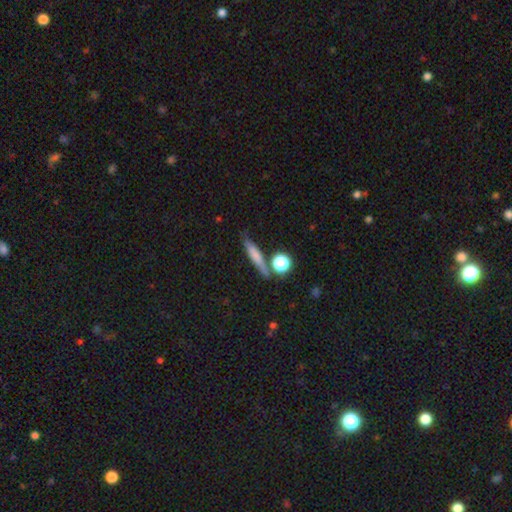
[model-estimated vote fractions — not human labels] A smooth galaxy with no disk features (61%) that is cigar-shaped (77%).

Vote fractions:
- Smooth or featured? smooth: 61% / featured or disk: 29% / star or artifact: 10%
- How rounded? cigar-shaped: 77% / in between: 14% / round: 10%
- Merging? none: 74% / minor disturbance: 13% / merger: 9% / major disturbance: 4%